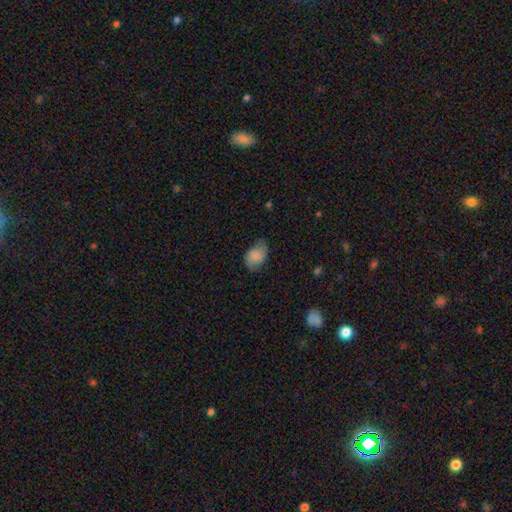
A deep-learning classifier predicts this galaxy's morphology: type=smooth (77%); roundness=in between (82%); merging=none (64%).